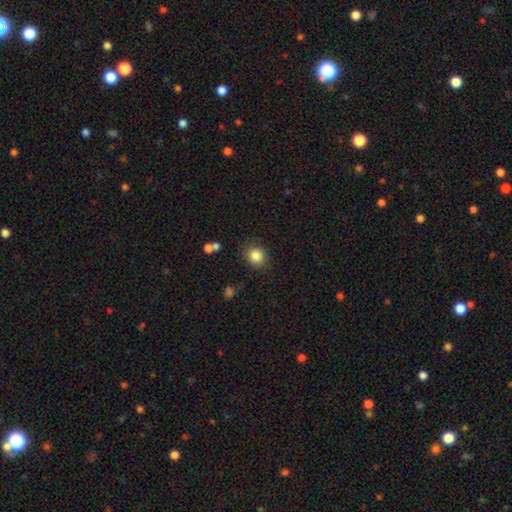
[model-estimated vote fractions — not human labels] Overall: smooth (85%). How rounded: round (74%). Merging: none (82%).